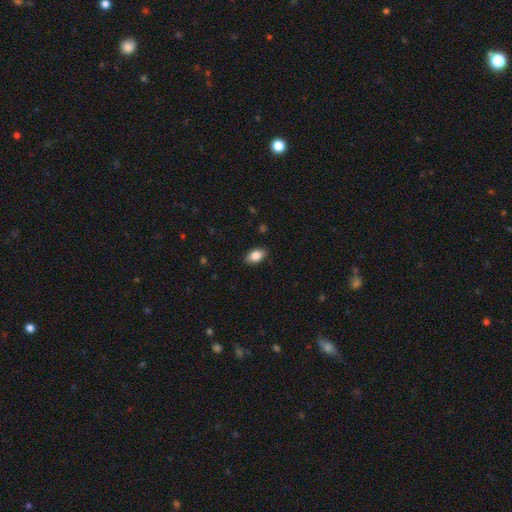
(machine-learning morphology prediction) A smooth galaxy with no disk features (85%) that is in between round and cigar-shaped (89%).

Vote fractions:
- Smooth or featured? smooth: 85% / star or artifact: 8% / featured or disk: 7%
- How rounded? in between: 89% / round: 9% / cigar-shaped: 2%
- Merging? none: 87% / minor disturbance: 10% / major disturbance: 2% / merger: 1%